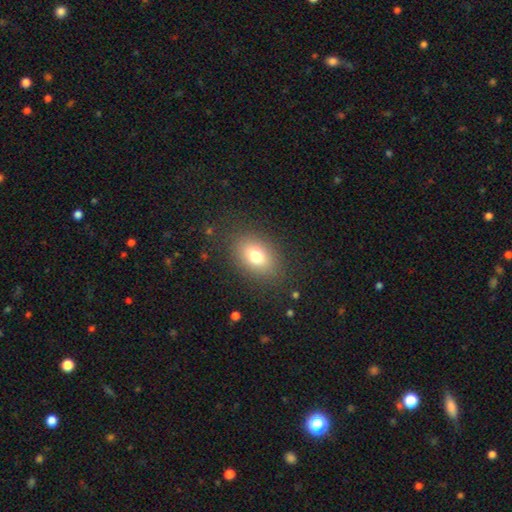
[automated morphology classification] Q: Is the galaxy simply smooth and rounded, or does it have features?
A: smooth — 76%.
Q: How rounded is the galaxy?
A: in between — 74%.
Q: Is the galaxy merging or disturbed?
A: none — 83%.